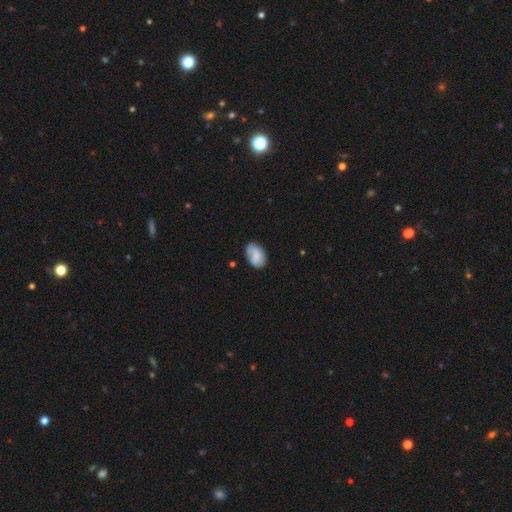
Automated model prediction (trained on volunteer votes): The model was most divided on "smooth or featured": smooth: 69%, featured or disk: 24%, star or artifact: 8%. More confident: how rounded — in between (87%); merging — none (69%).